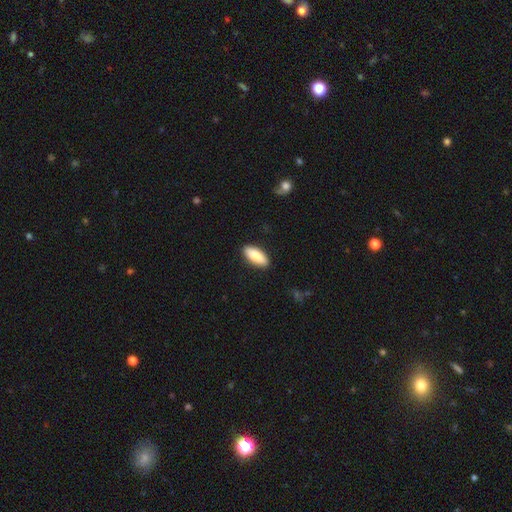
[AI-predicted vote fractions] Overall: smooth (85%). How rounded: in between (77%). Merging: none (89%).